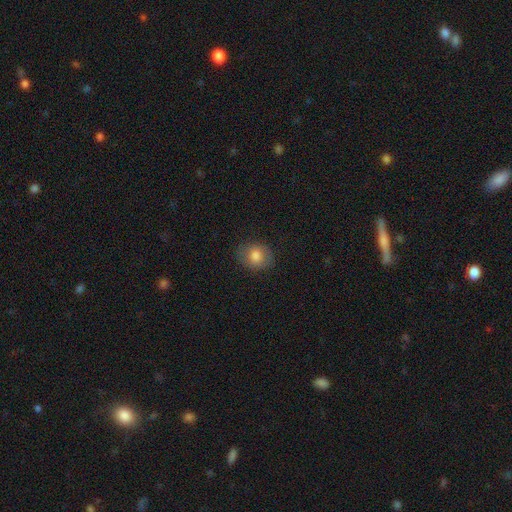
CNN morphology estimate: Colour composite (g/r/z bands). It shows a smooth galaxy with no disk features (79%) that is round (56%). Merging: none (82%).